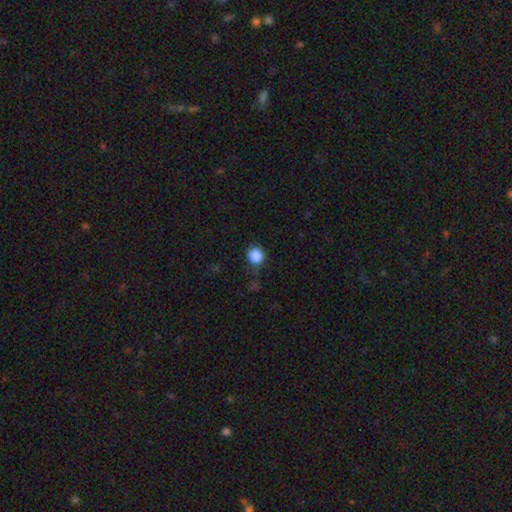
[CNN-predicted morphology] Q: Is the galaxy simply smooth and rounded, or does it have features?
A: smooth — 87%.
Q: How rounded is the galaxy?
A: round — 87%.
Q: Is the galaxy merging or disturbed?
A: none — 80%.